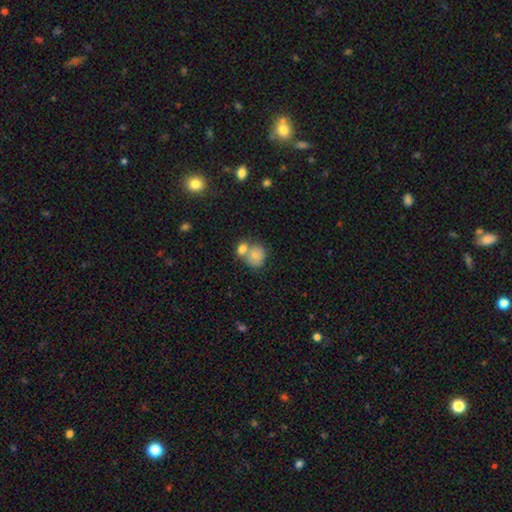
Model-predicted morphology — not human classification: A smooth galaxy with no disk features (78%) that is round (74%). Merging: merger (52%).